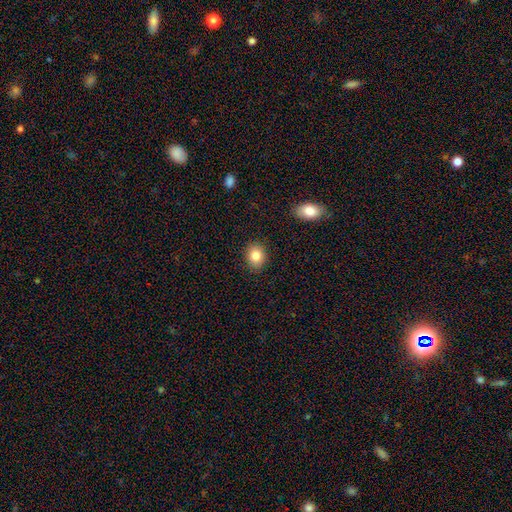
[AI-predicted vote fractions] Q: Smooth or featured?
A: smooth (83%); runner-up: star or artifact (9%)
Q: How rounded?
A: round (52%); runner-up: in between (47%)
Q: Merging?
A: none (89%); runner-up: minor disturbance (8%)